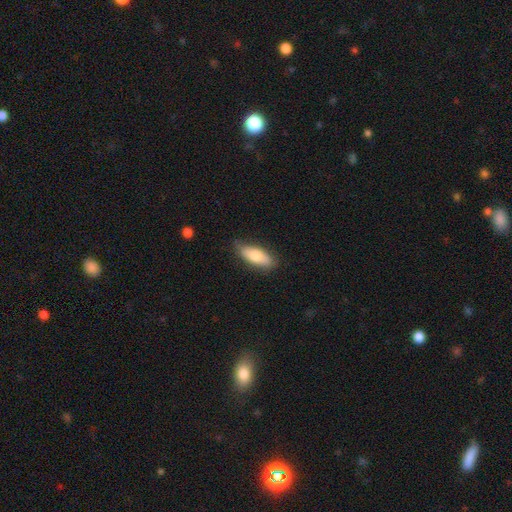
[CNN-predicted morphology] A smooth galaxy with no disk features (72%) that is in between round and cigar-shaped (75%). Merging: none (77%).